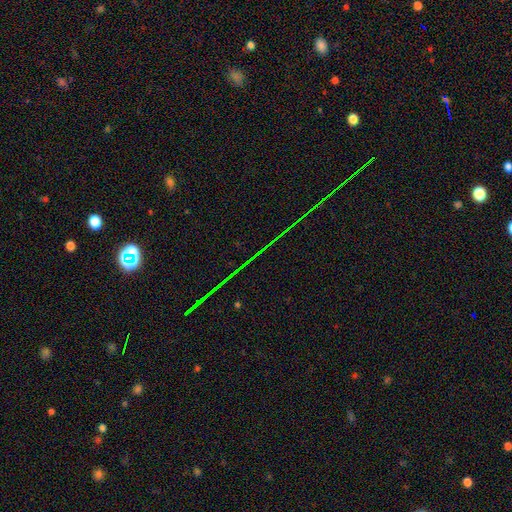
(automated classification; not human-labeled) The model was most divided on "smooth or featured": star or artifact: 81%, smooth: 9%, featured or disk: 9%.